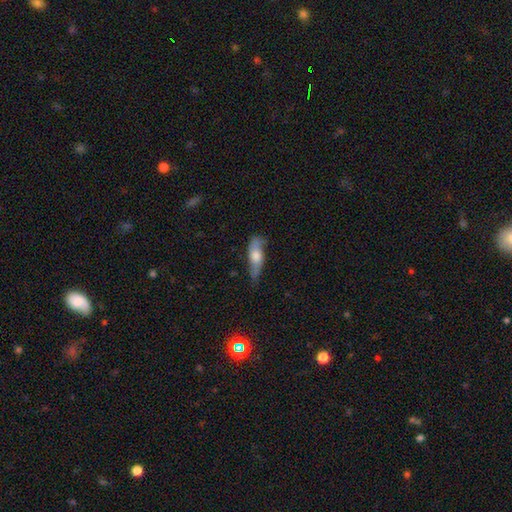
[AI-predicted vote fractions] Morphology: type=smooth (56%); roundness=in between (50%); merging=none (55%).